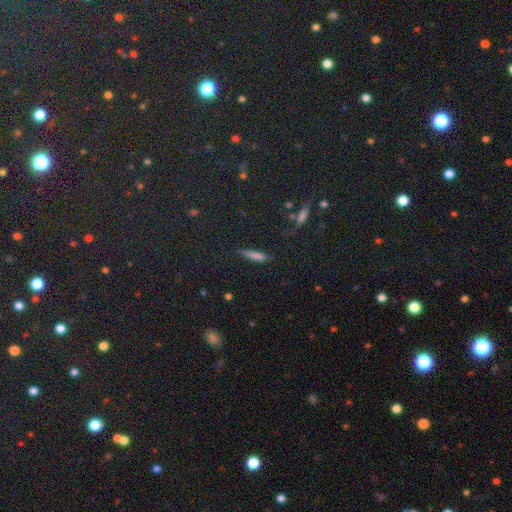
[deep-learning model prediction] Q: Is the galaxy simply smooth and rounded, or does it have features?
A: smooth — 59%.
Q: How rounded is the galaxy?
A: cigar-shaped — 81%.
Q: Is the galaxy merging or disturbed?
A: none — 81%.